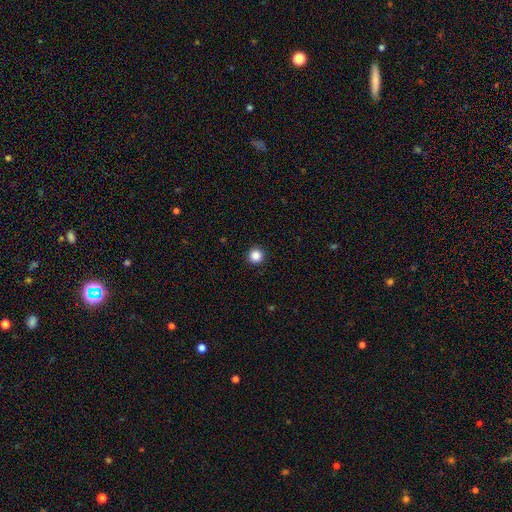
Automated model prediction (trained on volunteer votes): Smooth or featured: smooth — 86% (star or artifact — 11%)
How rounded: round — 96% (in between — 3%)
Merging: none — 93% (minor disturbance — 4%)